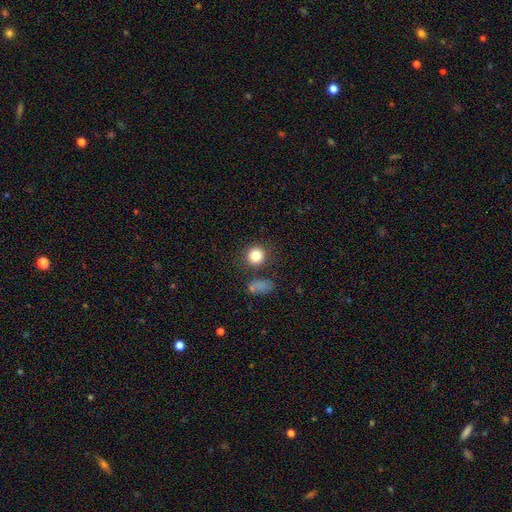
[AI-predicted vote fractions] A smooth galaxy with no disk features (82%) that is round (88%). Merging: none (79%).